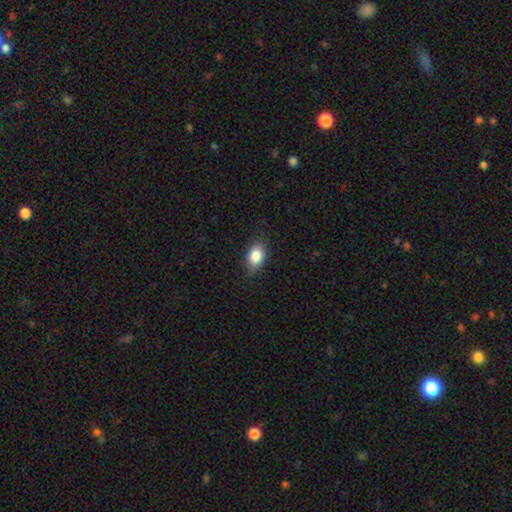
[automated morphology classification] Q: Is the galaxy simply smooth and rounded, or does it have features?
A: smooth — 83%.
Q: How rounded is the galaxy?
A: in between — 84%.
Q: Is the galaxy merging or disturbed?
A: none — 83%.